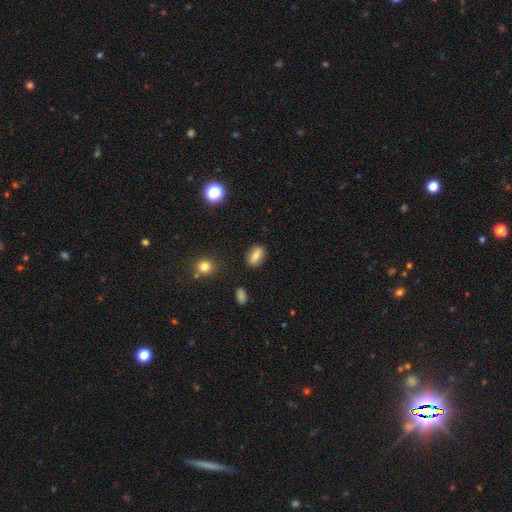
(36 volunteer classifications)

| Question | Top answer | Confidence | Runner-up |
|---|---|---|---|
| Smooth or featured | smooth | 72% | featured or disk (25%) |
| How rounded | in between | 73% | round (15%) |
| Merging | none | 86% | minor disturbance (9%) |